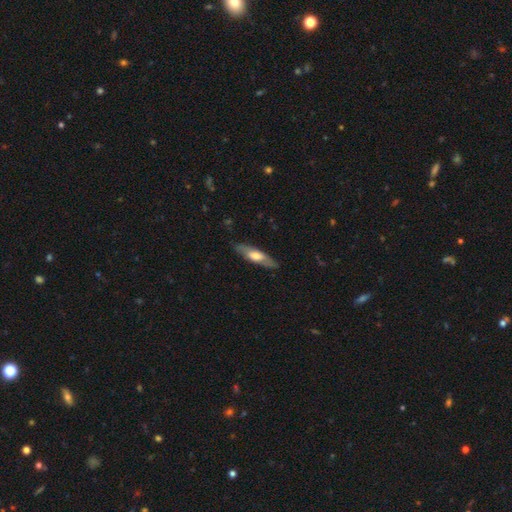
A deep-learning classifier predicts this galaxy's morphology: Q: Smooth or featured?
A: smooth (52%); runner-up: featured or disk (42%)
Q: How rounded?
A: cigar-shaped (60%); runner-up: in between (38%)
Q: Merging?
A: none (84%); runner-up: minor disturbance (12%)